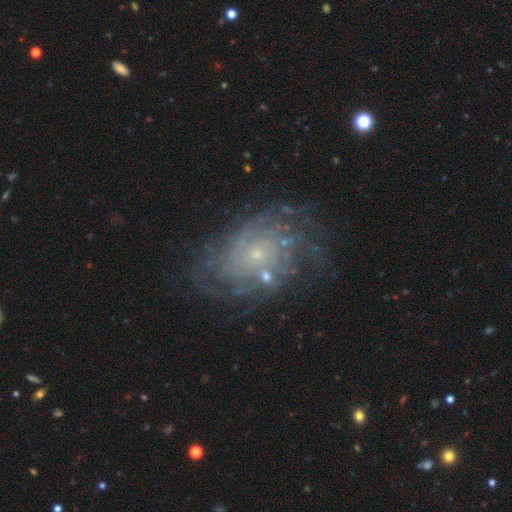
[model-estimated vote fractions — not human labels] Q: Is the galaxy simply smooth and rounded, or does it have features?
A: featured or disk — 79%.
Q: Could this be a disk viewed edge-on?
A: no — 97%.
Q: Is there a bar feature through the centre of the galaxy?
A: no — 81%.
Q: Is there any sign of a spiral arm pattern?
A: yes — 88%.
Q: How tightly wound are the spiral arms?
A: tight — 65%.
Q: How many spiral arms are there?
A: can't tell — 44%.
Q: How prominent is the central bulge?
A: small — 83%.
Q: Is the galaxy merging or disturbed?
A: none — 66%.